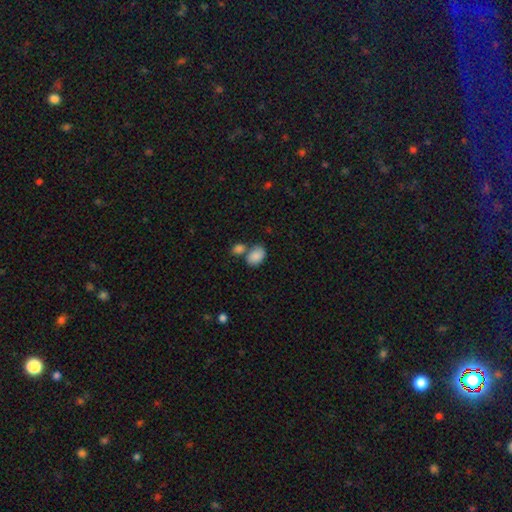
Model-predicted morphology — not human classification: Smooth or featured? Predicted: smooth (p=0.86). How rounded? Predicted: in between (p=0.81). Merging? Predicted: none (p=0.45).